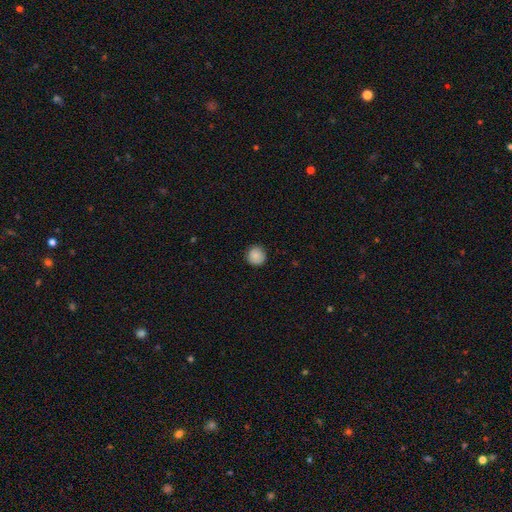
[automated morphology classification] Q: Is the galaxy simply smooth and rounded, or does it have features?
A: smooth — 87%.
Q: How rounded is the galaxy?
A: round — 94%.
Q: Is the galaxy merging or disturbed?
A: none — 89%.